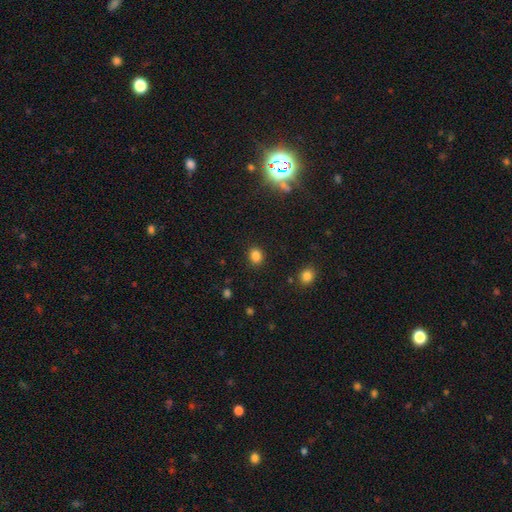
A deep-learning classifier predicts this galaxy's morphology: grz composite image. It shows a smooth galaxy with no disk features (84%) that is round (60%). Merging: none (88%).